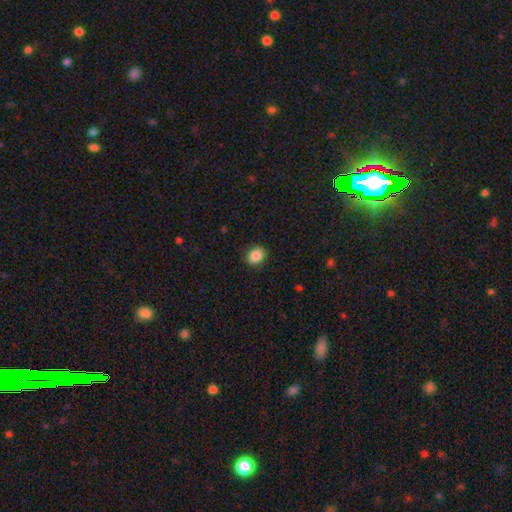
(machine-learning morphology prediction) Smooth or featured?
  - smooth: 87% *
  - star or artifact: 9%
  - featured or disk: 4%
How rounded?
  - round: 51% *
  - in between: 48%
  - cigar-shaped: 1%
Merging?
  - none: 89% *
  - minor disturbance: 8%
  - major disturbance: 2%
  - merger: 1%